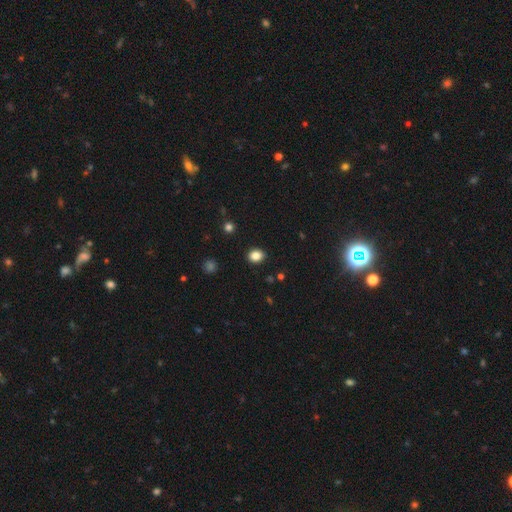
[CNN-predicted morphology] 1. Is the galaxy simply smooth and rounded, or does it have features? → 85% smooth, 11% star or artifact, 5% featured or disk.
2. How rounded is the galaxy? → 52% round, 47% in between, 1% cigar-shaped.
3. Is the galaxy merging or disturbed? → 90% none, 7% minor disturbance, 2% major disturbance, 1% merger.